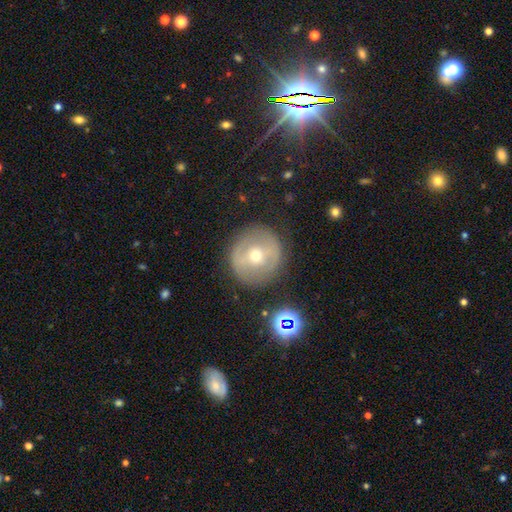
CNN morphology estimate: A featured or disk galaxy (51%).

Vote fractions:
- Smooth or featured? featured or disk: 51% / smooth: 37% / star or artifact: 12%
- Edge-on disk? no: 94% / yes: 6%
- Merging? none: 84% / minor disturbance: 10% / major disturbance: 4% / merger: 2%